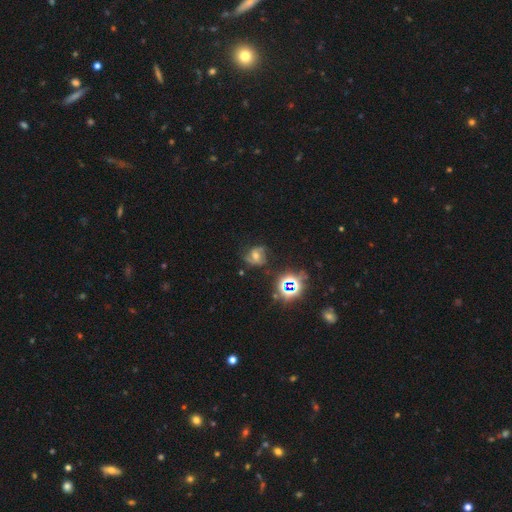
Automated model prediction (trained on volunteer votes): Smooth or featured? Predicted: featured or disk (p=0.60). Edge-on disk? Predicted: no (p=0.97). Bar? Predicted: no (p=0.46). Spiral arms? Predicted: yes (p=0.90). Spiral winding? Predicted: medium (p=0.48). Spiral arm count? Predicted: 2 (p=0.73). Bulge size? Predicted: moderate (p=0.63). Merging? Predicted: none (p=0.67).